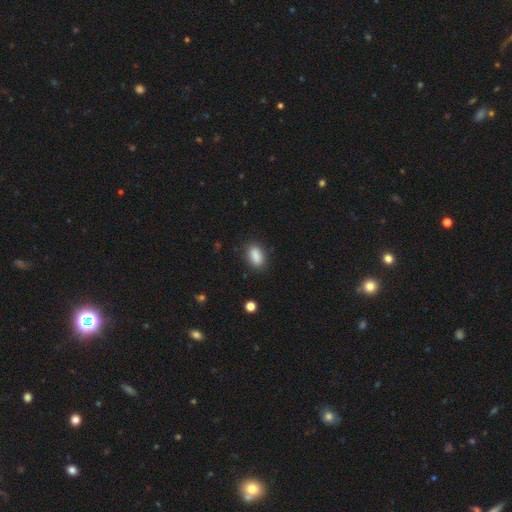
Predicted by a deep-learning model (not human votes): Overall: smooth (88%). How rounded: in between (88%). Merging: none (84%).